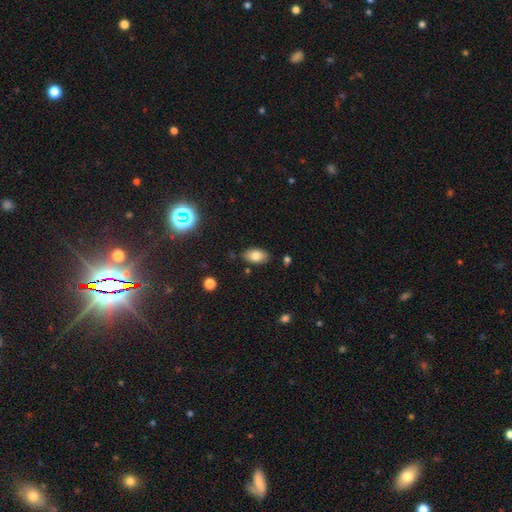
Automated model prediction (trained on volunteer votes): This appears to be a smooth galaxy with no disk features (79%) that is in between round and cigar-shaped (93%). Merging: none (82%).